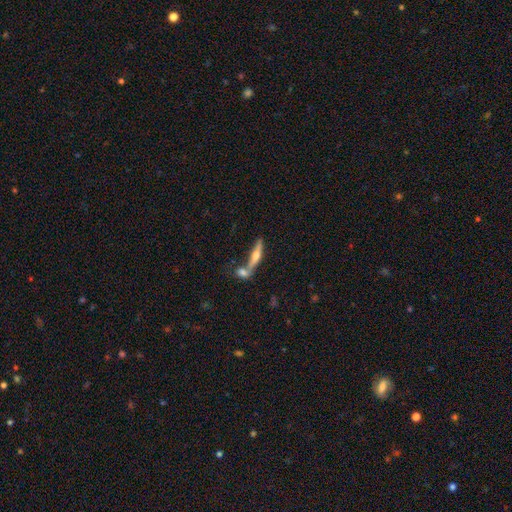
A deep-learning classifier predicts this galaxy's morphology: Overall: featured or disk (65%; smooth 28%). Edge-on disk: yes (95%). Edge-on bulge: rounded (93%). Merging: none (55%; merger 31%).